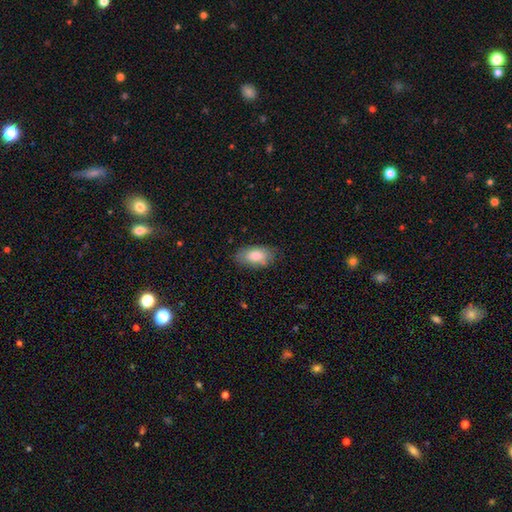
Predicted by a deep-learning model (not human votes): smooth 80%, featured or disk 13%, star or artifact 7%. Down the decision tree: how rounded — in between (93%); merging — none (75%).